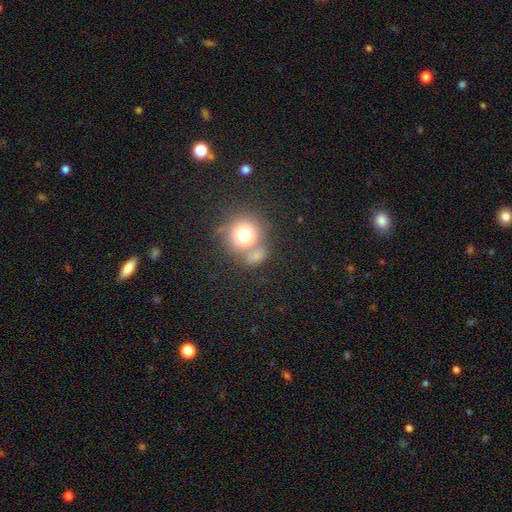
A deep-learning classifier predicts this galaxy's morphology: type=smooth (71%); roundness=round (79%); merging=none (48%).